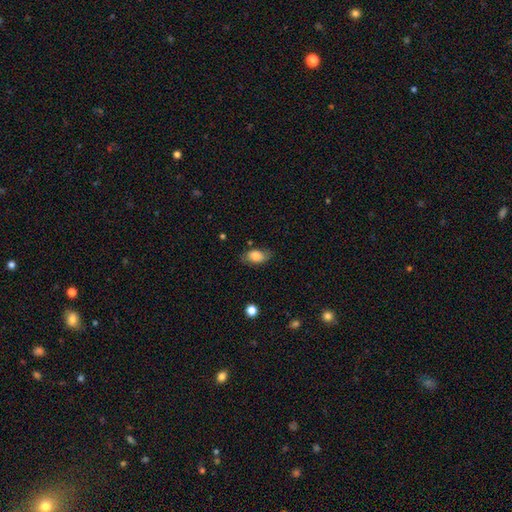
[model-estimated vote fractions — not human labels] Smooth or featured?
  - smooth: 77% *
  - featured or disk: 15%
  - star or artifact: 8%
How rounded?
  - in between: 90% *
  - round: 8%
  - cigar-shaped: 2%
Merging?
  - none: 72% *
  - minor disturbance: 21%
  - major disturbance: 5%
  - merger: 2%